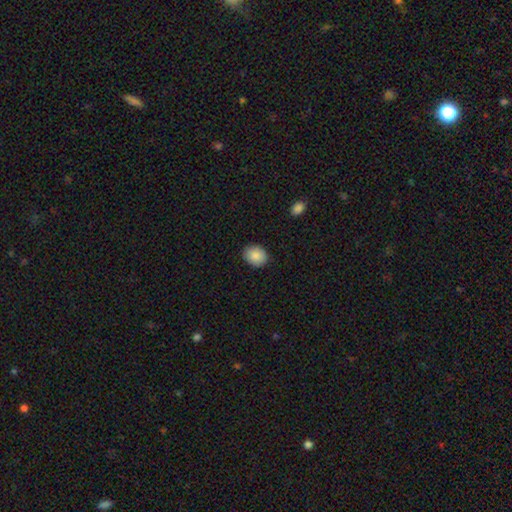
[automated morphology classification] A smooth galaxy with no disk features (88%) that is round (54%).

Vote fractions:
- Smooth or featured? smooth: 88% / star or artifact: 7% / featured or disk: 4%
- How rounded? round: 54% / in between: 45% / cigar-shaped: 1%
- Merging? none: 89% / minor disturbance: 8% / major disturbance: 2% / merger: 1%